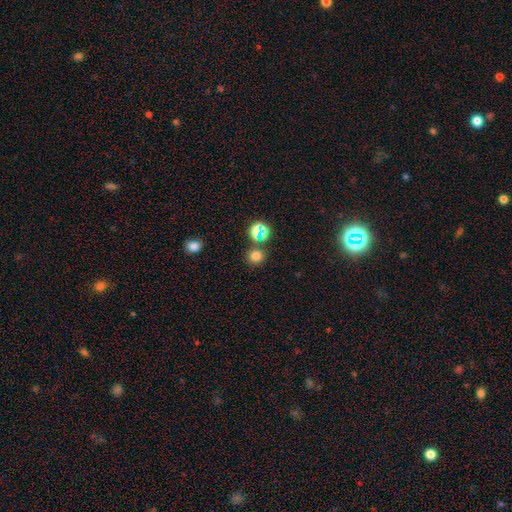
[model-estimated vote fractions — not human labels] Smooth or featured: smooth — 71% (star or artifact — 22%)
How rounded: round — 88% (in between — 11%)
Merging: none — 76% (merger — 14%)